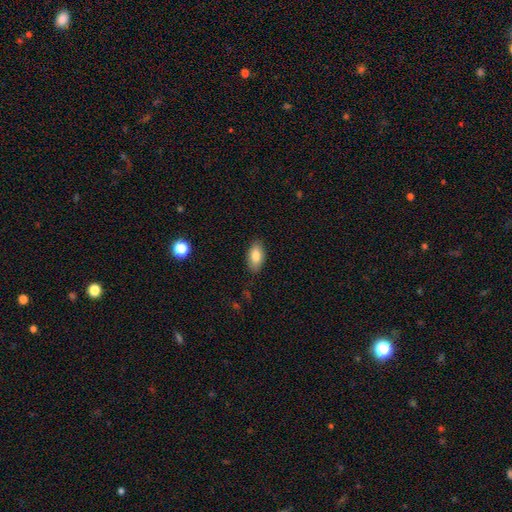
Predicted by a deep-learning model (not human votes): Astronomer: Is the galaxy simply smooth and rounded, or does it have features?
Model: smooth — 82%.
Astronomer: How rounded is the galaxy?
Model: in between — 93%.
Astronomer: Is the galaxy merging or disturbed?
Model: none — 87%.